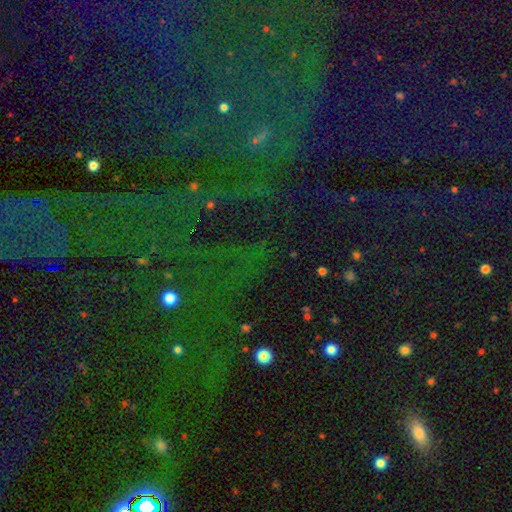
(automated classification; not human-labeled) smooth-or-featured: star or artifact: 76% | smooth: 14% | featured or disk: 10%